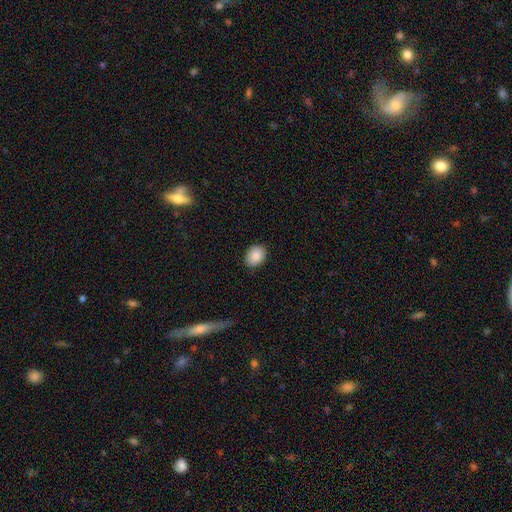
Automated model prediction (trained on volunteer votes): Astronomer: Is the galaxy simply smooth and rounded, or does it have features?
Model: smooth — 87%.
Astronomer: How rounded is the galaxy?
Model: in between — 56% (runner-up: round, 43%).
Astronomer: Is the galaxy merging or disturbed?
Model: none — 86%.